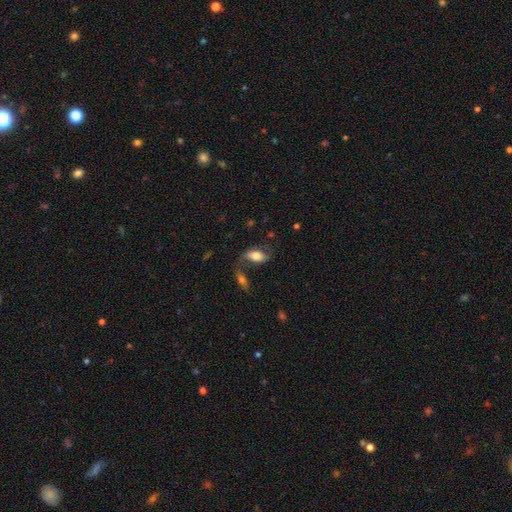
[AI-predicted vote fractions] This is possibly a smooth galaxy (57%). How rounded: clearly in between (89%). Merging: possibly none (49%).